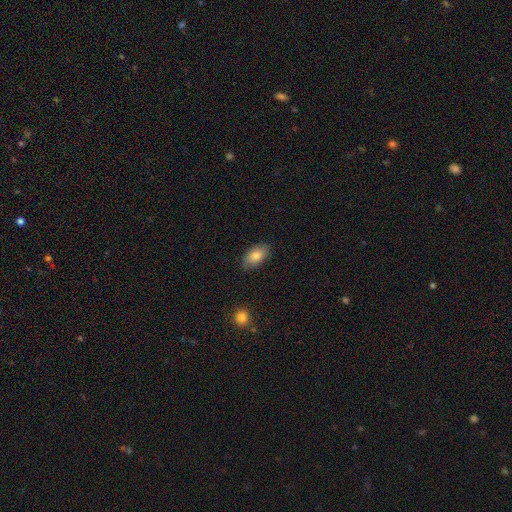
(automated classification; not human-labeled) Overall: smooth (82%). How rounded: in between (93%). Merging: none (82%).